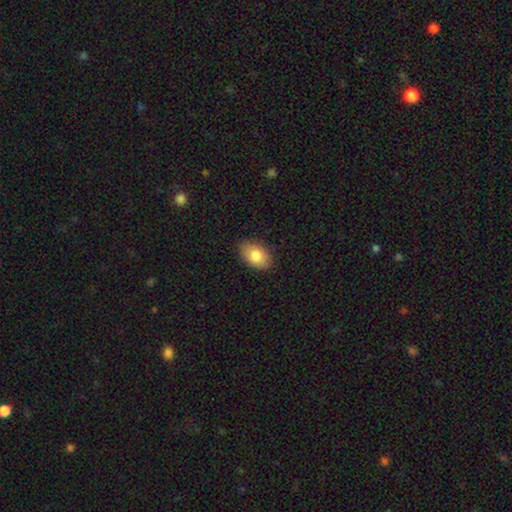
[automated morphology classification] A smooth galaxy with no disk features (82%) that is in between round and cigar-shaped (90%). Merging: none (87%).